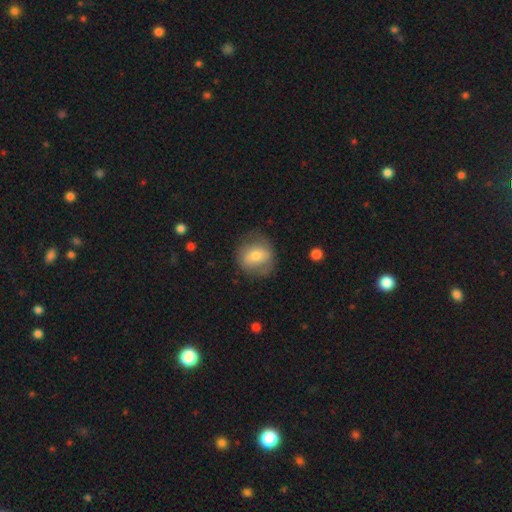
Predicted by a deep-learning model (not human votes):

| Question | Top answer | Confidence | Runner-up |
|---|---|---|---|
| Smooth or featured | smooth | 63% | featured or disk (30%) |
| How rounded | round | 72% | in between (27%) |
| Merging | none | 72% | minor disturbance (18%) |